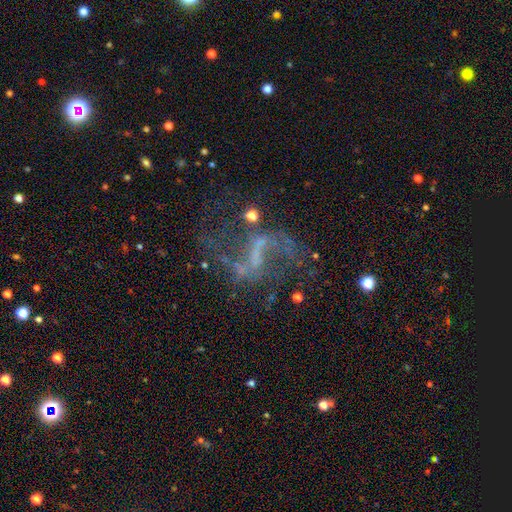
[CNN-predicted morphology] smooth-or-featured: featured or disk: 77% | star or artifact: 15% | smooth: 8%
  disk-edge-on: no: 96% | yes: 4%
    bar: strong: 44% | weak: 37% | no: 20%
    has-spiral-arms: yes: 78% | no: 22%
      spiral-winding: loose: 80% | medium: 16% | tight: 4%
      spiral-arm-count: 2: 87% | can't tell: 5% | 1: 4% | 3: 1% | 4: 1% | more than 4: 1%
    bulge-size: none: 60% | small: 27% | moderate: 10% | large: 2% | dominant: 1%
  merging: none: 53% | major disturbance: 24% | minor disturbance: 15% | merger: 8%